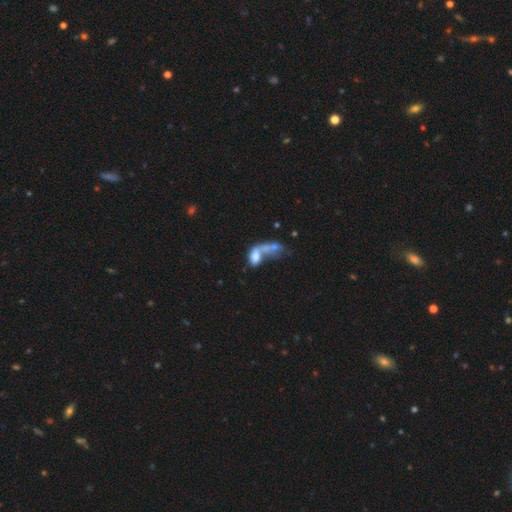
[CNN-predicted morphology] Smooth or featured? Predicted: smooth (p=0.63). How rounded? Predicted: in between (p=0.84). Merging? Predicted: merger (p=0.68).